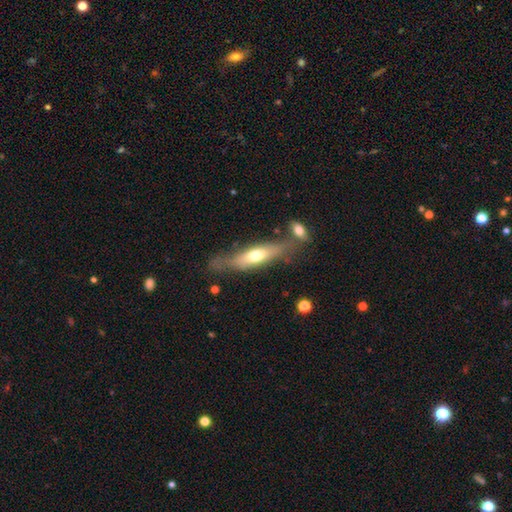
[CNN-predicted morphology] featured or disk 51%, smooth 42%, star or artifact 7%. Down the decision tree: edge-on disk — yes (74%); merging — none (64%).